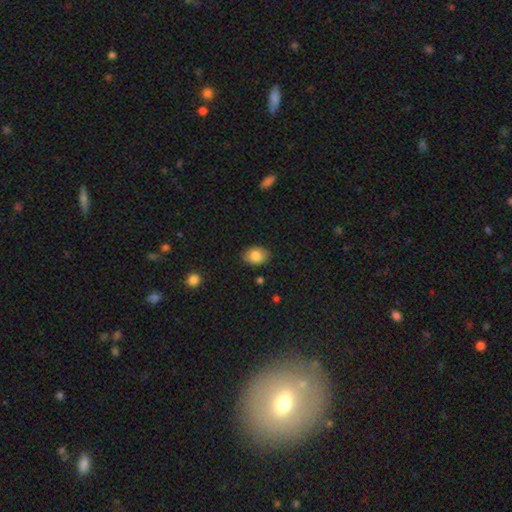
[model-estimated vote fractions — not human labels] smooth_or_featured: smooth (p=0.84) [alt: featured or disk p=0.09]
how_rounded: in between (p=0.75) [alt: round p=0.24]
merging: none (p=0.86) [alt: minor disturbance p=0.11]